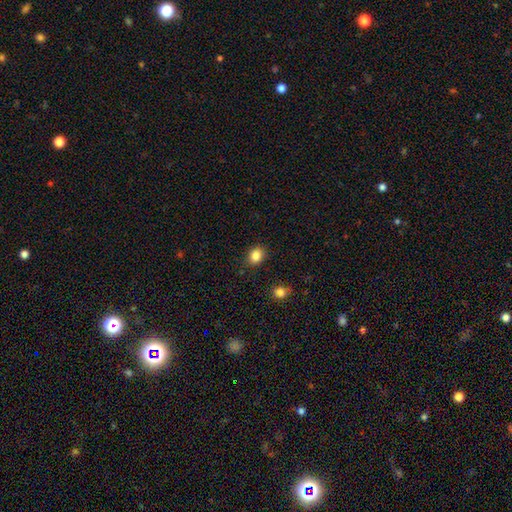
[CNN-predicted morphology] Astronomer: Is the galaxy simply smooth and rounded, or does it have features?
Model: smooth — 85%.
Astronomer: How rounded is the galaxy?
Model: round — 54% (runner-up: in between, 45%).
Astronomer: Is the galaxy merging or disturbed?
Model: none — 86%.